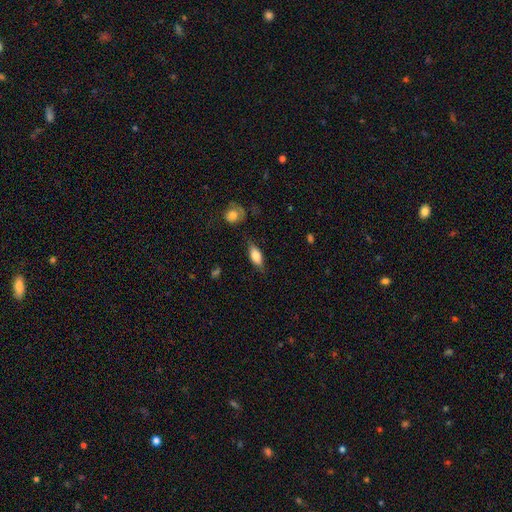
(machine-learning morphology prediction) A smooth galaxy with no disk features (77%) that is in between round and cigar-shaped (83%). Merging: none (76%).